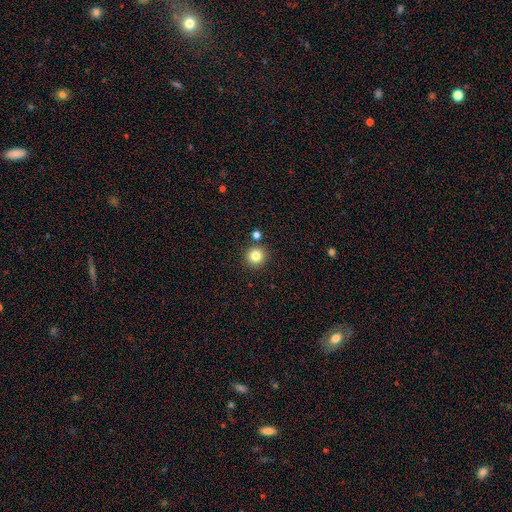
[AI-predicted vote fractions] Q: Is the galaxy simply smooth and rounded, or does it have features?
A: smooth — 83%.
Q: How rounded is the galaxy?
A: round — 94%.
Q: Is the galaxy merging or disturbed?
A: none — 85%.